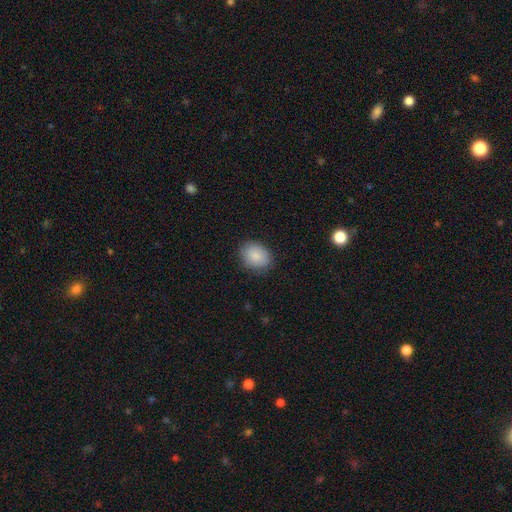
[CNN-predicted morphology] type=smooth (88%); roundness=in between (57%); merging=none (84%).